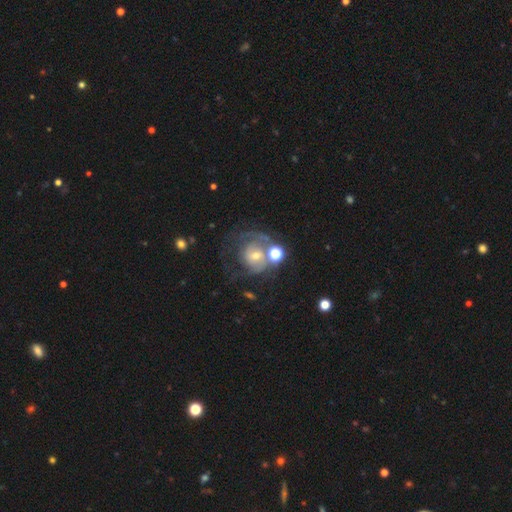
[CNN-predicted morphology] featured or disk 65%, smooth 23%, star or artifact 12%. Down the decision tree: edge-on disk — no (97%); bar — no (64%); spiral arms — yes (76%); bulge size — small (46%); merging — none (42%).